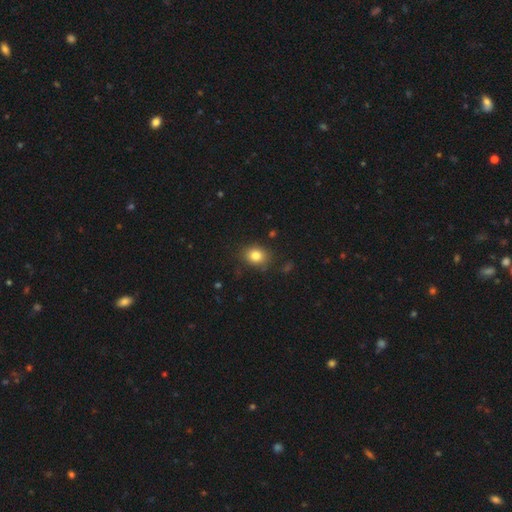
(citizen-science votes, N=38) smooth 92%, featured or disk 5%, star or artifact 3%. Down the decision tree: how rounded — round (57%); merging — none (92%).